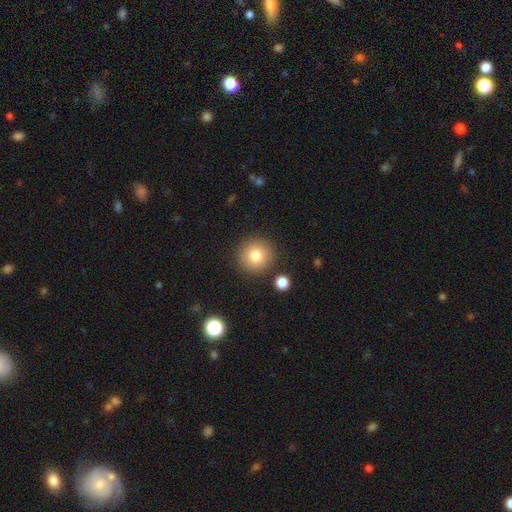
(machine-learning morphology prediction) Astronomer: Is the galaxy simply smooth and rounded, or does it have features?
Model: smooth — 81%.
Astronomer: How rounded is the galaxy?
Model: round — 95%.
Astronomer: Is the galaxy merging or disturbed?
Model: none — 87%.